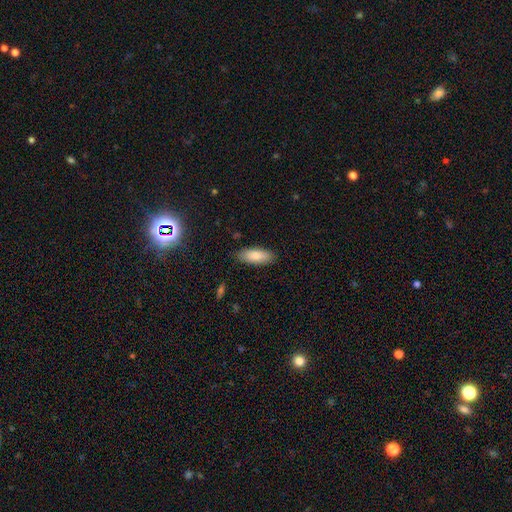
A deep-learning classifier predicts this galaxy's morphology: Smooth or featured?
  - smooth: 83% *
  - featured or disk: 11%
  - star or artifact: 6%
How rounded?
  - in between: 76% *
  - cigar-shaped: 22%
  - round: 2%
Merging?
  - none: 86% *
  - minor disturbance: 11%
  - major disturbance: 2%
  - merger: 1%